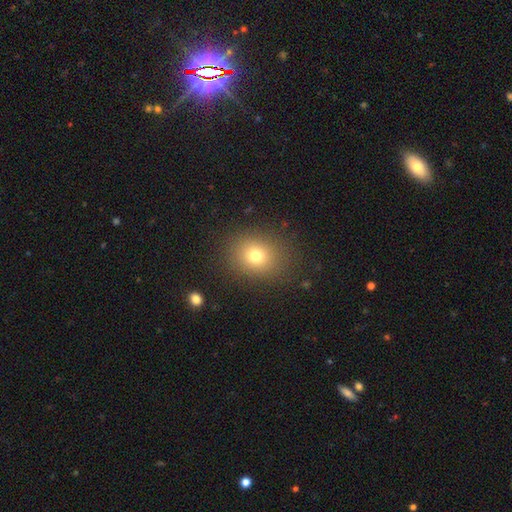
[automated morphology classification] Smooth or featured? smooth (74%)
How rounded? round (67%)
Merging? none (86%)